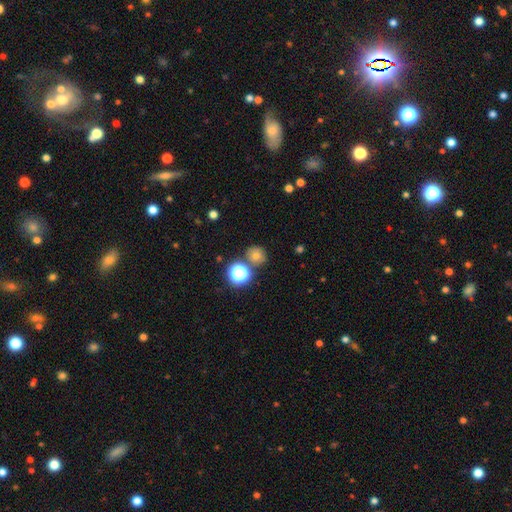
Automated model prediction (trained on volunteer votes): Smooth or featured?
  - smooth: 62% *
  - star or artifact: 28%
  - featured or disk: 10%
How rounded?
  - round: 88% *
  - in between: 11%
  - cigar-shaped: 1%
Merging?
  - none: 78% *
  - merger: 10%
  - minor disturbance: 9%
  - major disturbance: 3%